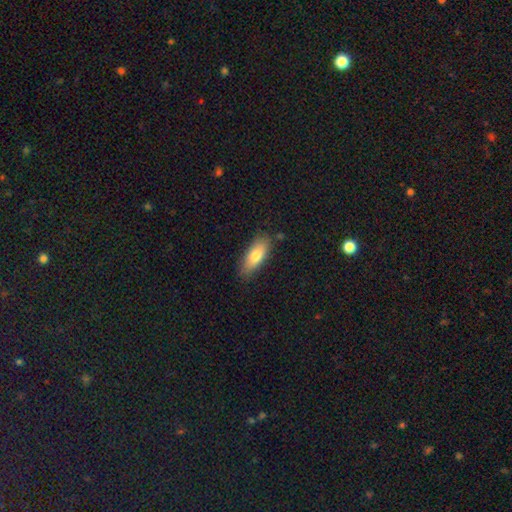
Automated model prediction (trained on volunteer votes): Q: Smooth or featured?
A: smooth (76%); runner-up: featured or disk (17%)
Q: How rounded?
A: in between (75%); runner-up: cigar-shaped (23%)
Q: Merging?
A: none (83%); runner-up: minor disturbance (13%)